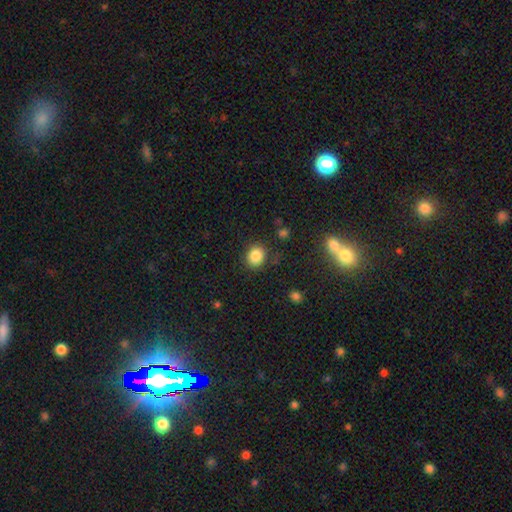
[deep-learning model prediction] smooth 85%, star or artifact 10%, featured or disk 5%. Down the decision tree: how rounded — round (67%); merging — none (82%).